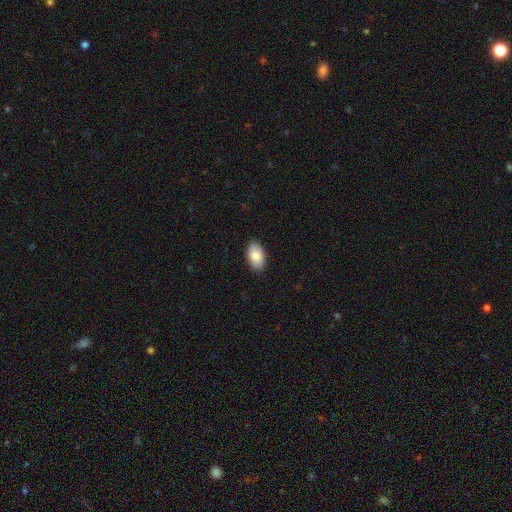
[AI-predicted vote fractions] Smooth or featured: smooth — 85% (featured or disk — 9%)
How rounded: in between — 95% (round — 4%)
Merging: none — 89% (minor disturbance — 8%)